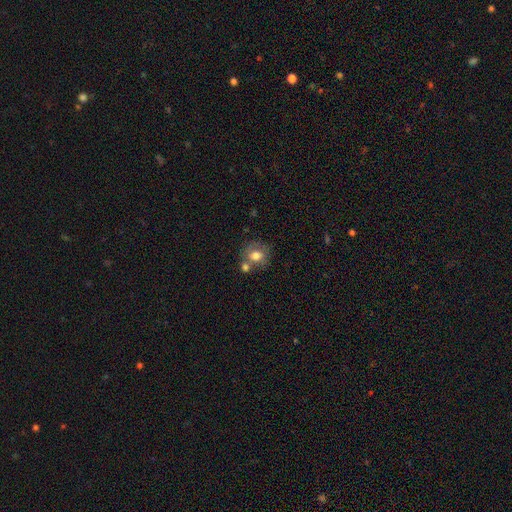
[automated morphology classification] smooth-or-featured: smooth: 69% | featured or disk: 21% | star or artifact: 9%
  how-rounded: round: 71% | in between: 28% | cigar-shaped: 1%
  merging: none: 46% | merger: 30% | minor disturbance: 16% | major disturbance: 8%